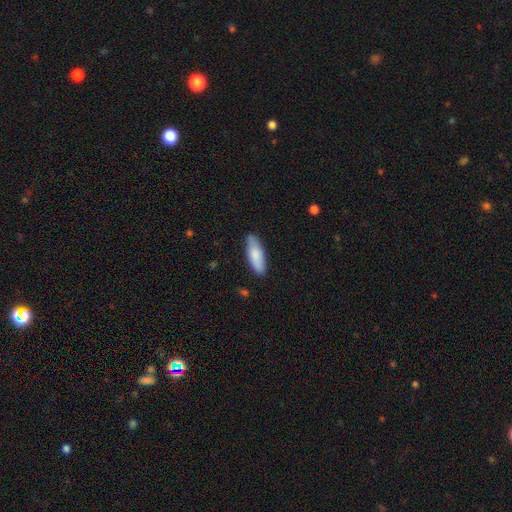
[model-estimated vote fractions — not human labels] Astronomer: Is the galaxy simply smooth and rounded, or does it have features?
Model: smooth — 82%.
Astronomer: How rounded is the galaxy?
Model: in between — 56% (runner-up: cigar-shaped, 42%).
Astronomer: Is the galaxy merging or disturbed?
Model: none — 84%.